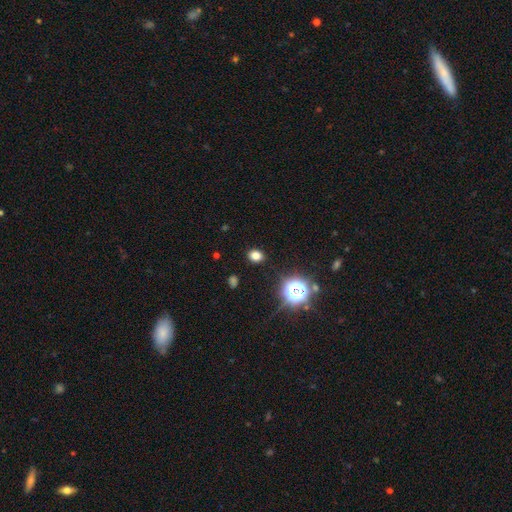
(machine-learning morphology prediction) This is likely a smooth galaxy (75%). How rounded: possibly in between (54%). Merging: clearly none (89%).